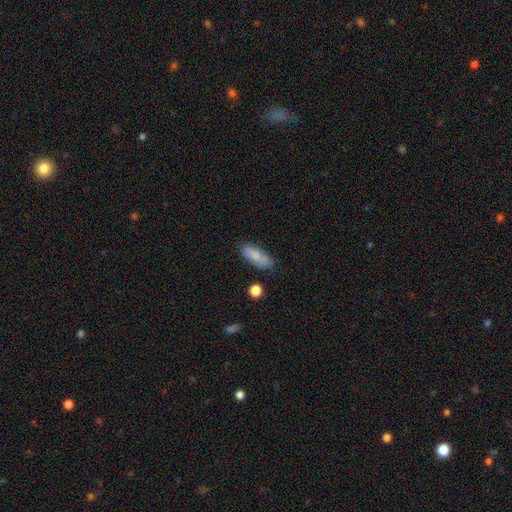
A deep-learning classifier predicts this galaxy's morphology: The model was most divided on "how rounded": in between: 72%, cigar-shaped: 26%, round: 2%. More confident: smooth or featured — smooth (84%); merging — none (76%).